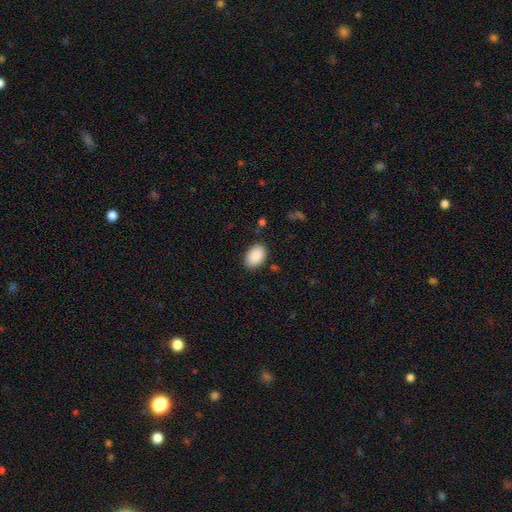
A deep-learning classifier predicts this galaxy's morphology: Smooth or featured? smooth (90%)
How rounded? in between (89%)
Merging? none (87%)